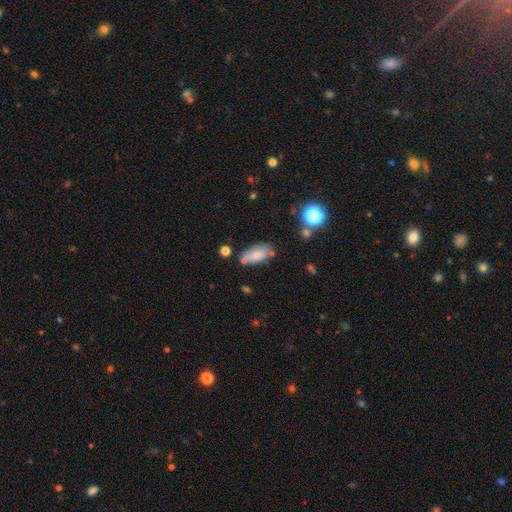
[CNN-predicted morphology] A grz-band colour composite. It shows a smooth galaxy with no disk features (77%) that is in between round and cigar-shaped (90%). Merging: none (65%).